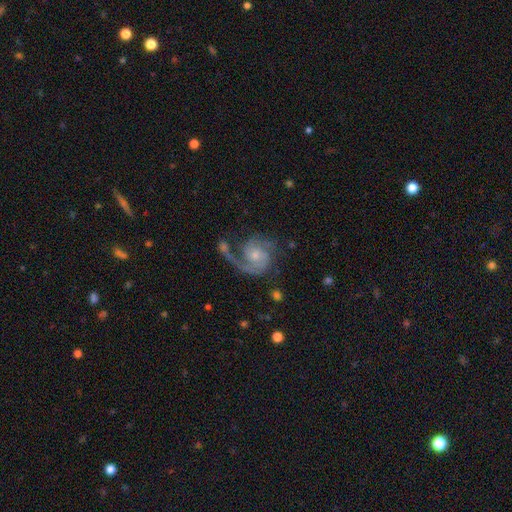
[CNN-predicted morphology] Q: Smooth or featured?
A: featured or disk (86%); runner-up: smooth (9%)
Q: Edge-on disk?
A: no (98%); runner-up: yes (2%)
Q: Bar?
A: no (67%); runner-up: weak (28%)
Q: Spiral arms?
A: yes (96%); runner-up: no (4%)
Q: Spiral winding?
A: medium (46%); runner-up: loose (29%)
Q: Spiral arm count?
A: 2 (51%); runner-up: 1 (35%)
Q: Bulge size?
A: small (53%); runner-up: moderate (38%)
Q: Merging?
A: none (51%); runner-up: major disturbance (25%)